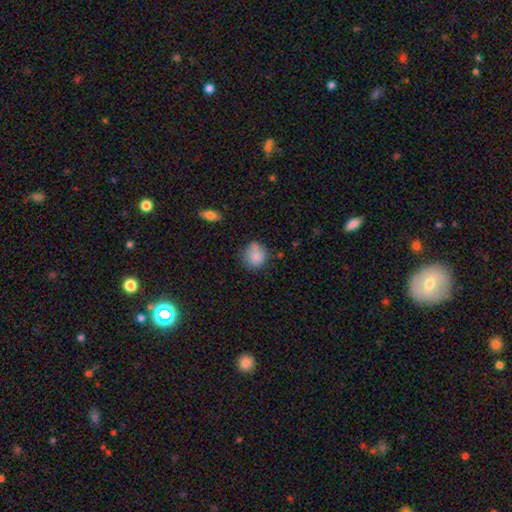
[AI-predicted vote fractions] A smooth galaxy with no disk features (84%) that is round (81%).

Vote fractions:
- Smooth or featured? smooth: 84% / star or artifact: 9% / featured or disk: 7%
- How rounded? round: 81% / in between: 18% / cigar-shaped: 1%
- Merging? none: 64% / minor disturbance: 27% / major disturbance: 6% / merger: 3%